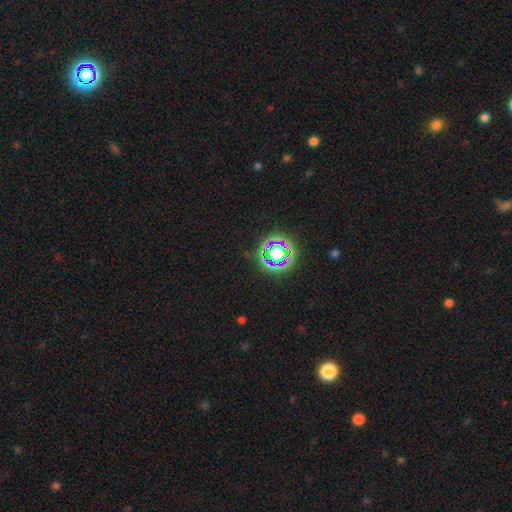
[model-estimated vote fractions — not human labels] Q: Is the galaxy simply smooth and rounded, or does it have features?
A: star or artifact — 77%.